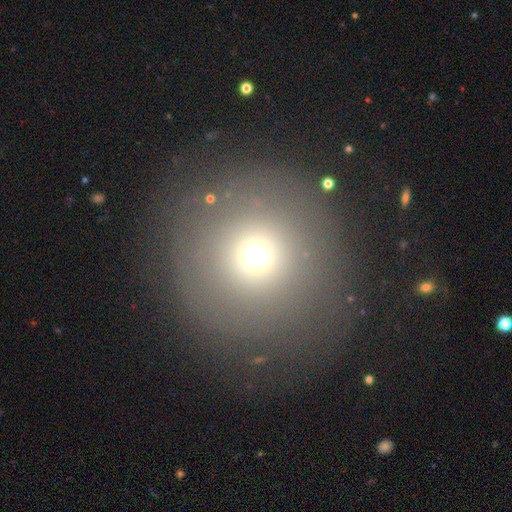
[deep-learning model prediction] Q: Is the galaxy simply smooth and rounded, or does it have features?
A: smooth — 66%.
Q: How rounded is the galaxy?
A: round — 95%.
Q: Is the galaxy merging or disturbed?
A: none — 81%.